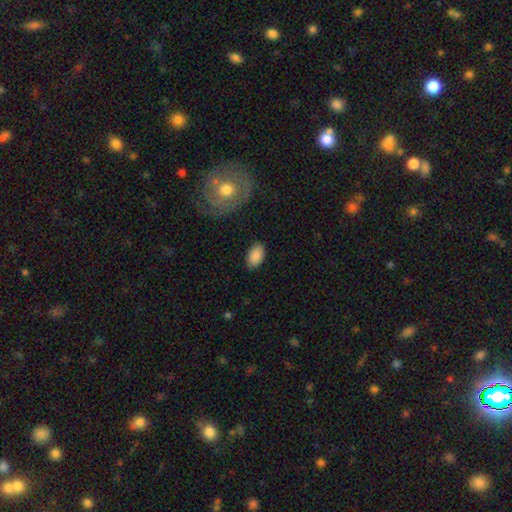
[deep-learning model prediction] Smooth or featured?
  - smooth: 87% *
  - star or artifact: 7%
  - featured or disk: 6%
How rounded?
  - in between: 92% *
  - round: 7%
  - cigar-shaped: 1%
Merging?
  - none: 86% *
  - minor disturbance: 10%
  - major disturbance: 3%
  - merger: 1%